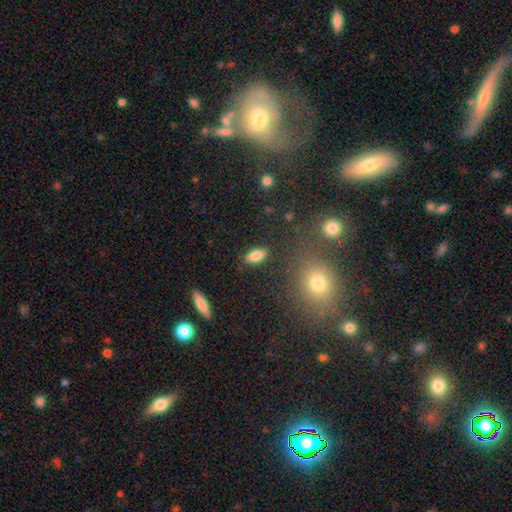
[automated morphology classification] smooth_or_featured: smooth (p=0.83) [alt: featured or disk p=0.09]
how_rounded: in between (p=0.86) [alt: cigar-shaped p=0.10]
merging: none (p=0.86) [alt: minor disturbance p=0.10]